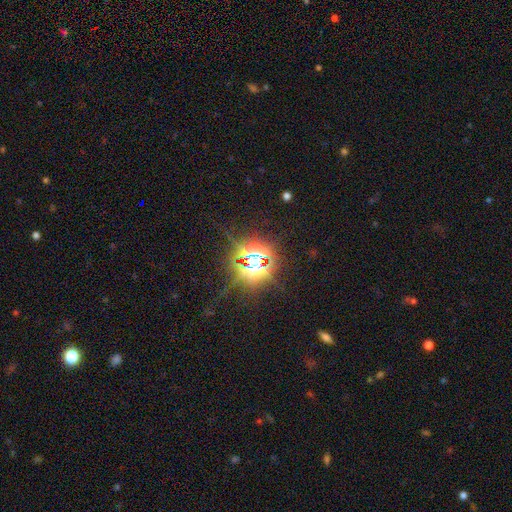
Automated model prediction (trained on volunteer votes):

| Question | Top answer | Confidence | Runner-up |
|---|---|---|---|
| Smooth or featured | star or artifact | 81% | smooth (10%) |